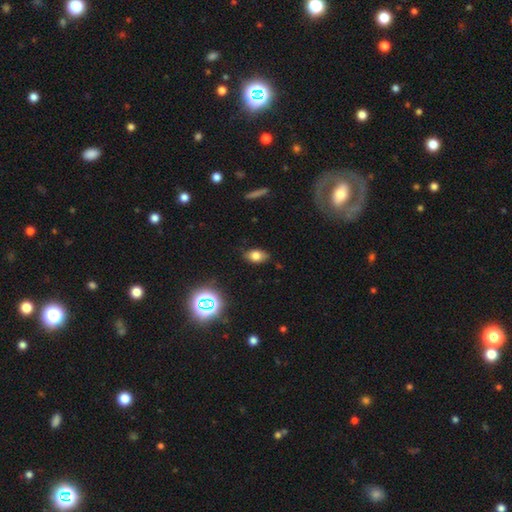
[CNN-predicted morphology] Smooth or featured: smooth — 75% (star or artifact — 14%)
How rounded: in between — 86% (round — 12%)
Merging: none — 80% (minor disturbance — 16%)